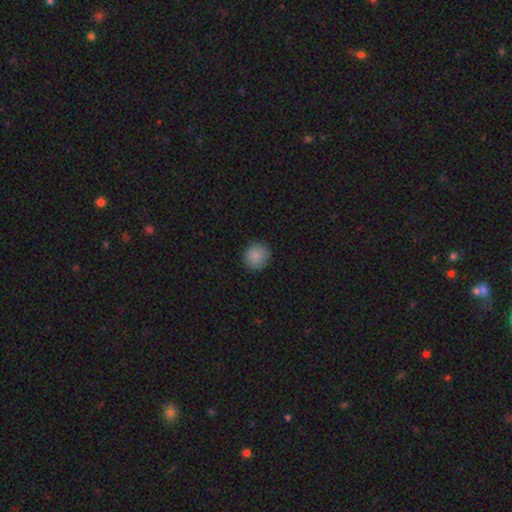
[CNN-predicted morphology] smooth-or-featured: smooth: 86% | star or artifact: 9% | featured or disk: 5%
  how-rounded: round: 90% | in between: 9% | cigar-shaped: 1%
  merging: none: 90% | minor disturbance: 7% | major disturbance: 2% | merger: 1%